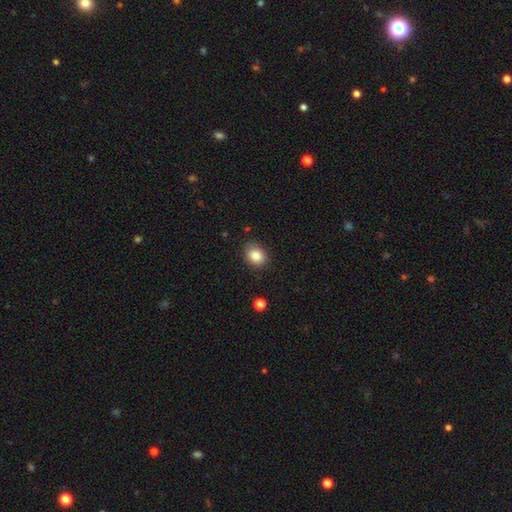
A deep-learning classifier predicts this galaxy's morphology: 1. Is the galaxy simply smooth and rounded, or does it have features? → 85% smooth, 9% star or artifact, 6% featured or disk.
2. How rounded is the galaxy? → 59% in between, 40% round, 1% cigar-shaped.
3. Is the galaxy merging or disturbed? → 81% none, 14% minor disturbance, 3% major disturbance, 2% merger.